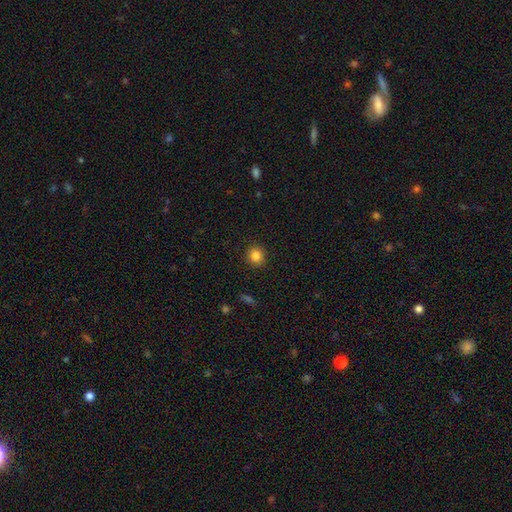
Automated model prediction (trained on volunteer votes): Morphology: type=smooth (84%); roundness=round (89%); merging=none (91%).